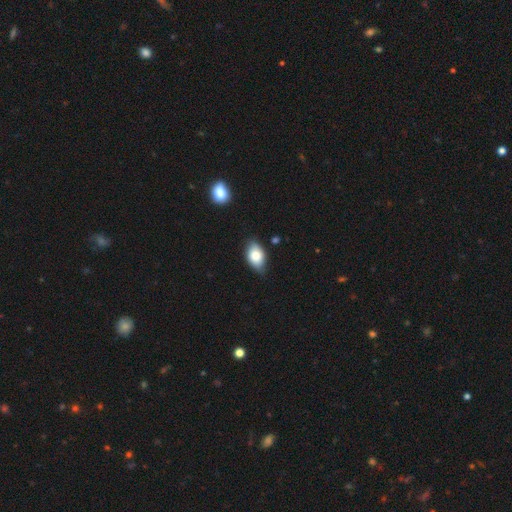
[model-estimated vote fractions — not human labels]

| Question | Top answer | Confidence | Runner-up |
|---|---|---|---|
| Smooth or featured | smooth | 77% | featured or disk (15%) |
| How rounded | in between | 87% | round (10%) |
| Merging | none | 74% | minor disturbance (21%) |